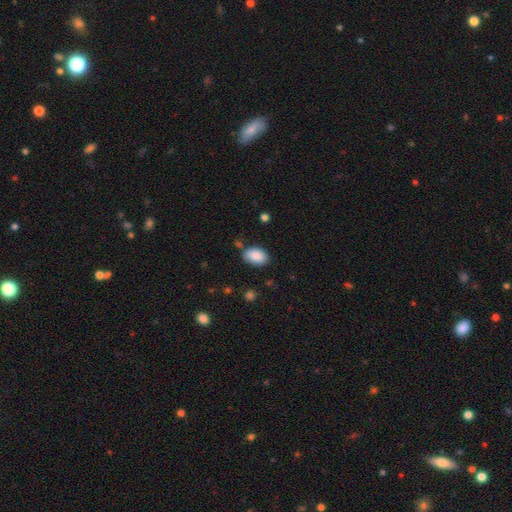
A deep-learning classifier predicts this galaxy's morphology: Smooth or featured?
  - smooth: 88% *
  - star or artifact: 7%
  - featured or disk: 5%
How rounded?
  - in between: 89% *
  - round: 9%
  - cigar-shaped: 1%
Merging?
  - none: 79% *
  - minor disturbance: 14%
  - merger: 4%
  - major disturbance: 3%